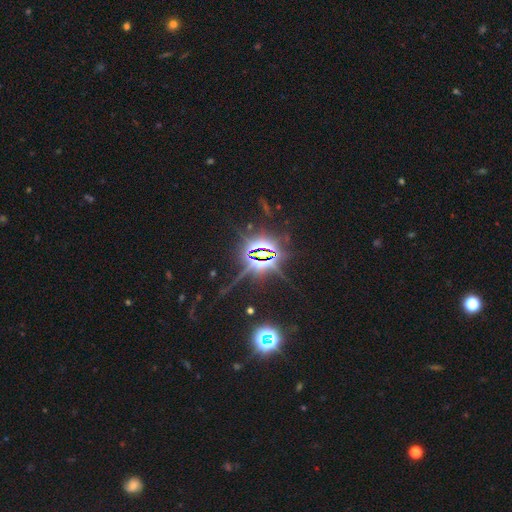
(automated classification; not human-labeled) Overall: star or artifact (85%).